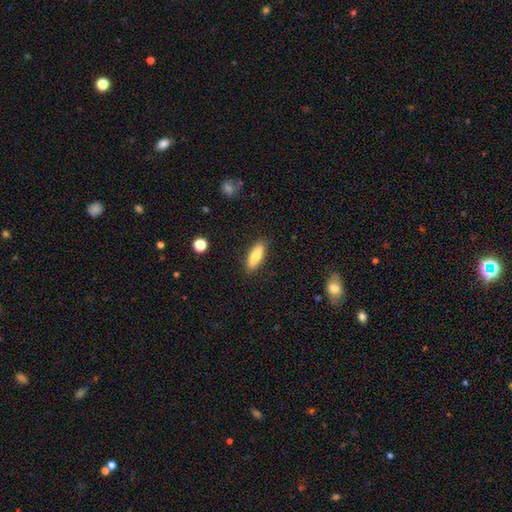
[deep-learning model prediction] A smooth galaxy with no disk features (80%) that is in between round and cigar-shaped (54%).

Vote fractions:
- Smooth or featured? smooth: 80% / featured or disk: 14% / star or artifact: 7%
- How rounded? in between: 54% / cigar-shaped: 44% / round: 2%
- Merging? none: 88% / minor disturbance: 9% / major disturbance: 2% / merger: 1%